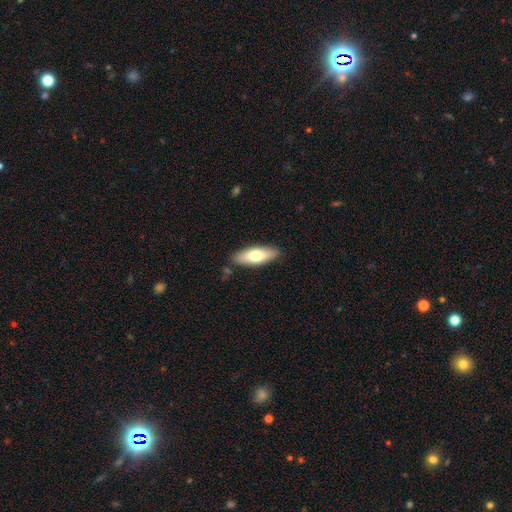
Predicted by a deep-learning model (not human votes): smooth 69%, featured or disk 26%, star or artifact 6%. Down the decision tree: how rounded — in between (66%); merging — none (86%).